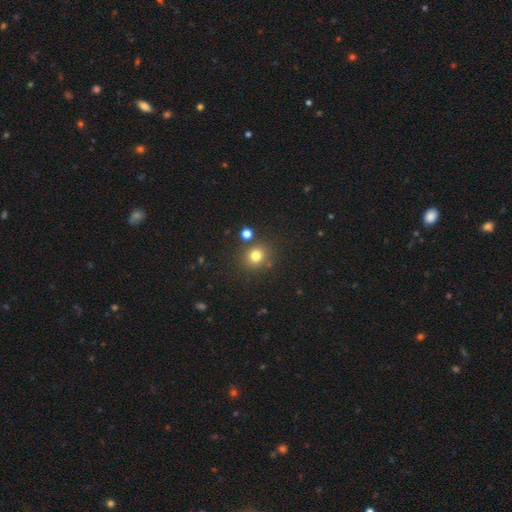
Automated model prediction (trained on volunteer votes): The model was most divided on "smooth or featured": smooth: 78%, star or artifact: 15%, featured or disk: 7%. More confident: how rounded — round (82%); merging — none (80%).